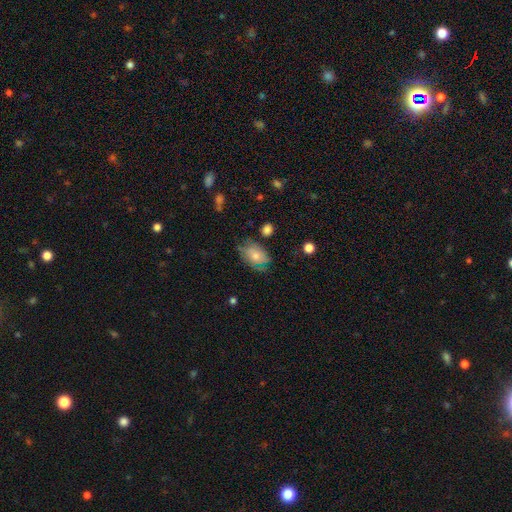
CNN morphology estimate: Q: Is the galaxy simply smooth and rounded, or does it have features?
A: smooth — 65%.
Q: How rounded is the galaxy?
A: in between — 84%.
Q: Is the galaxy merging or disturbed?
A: none — 56%.